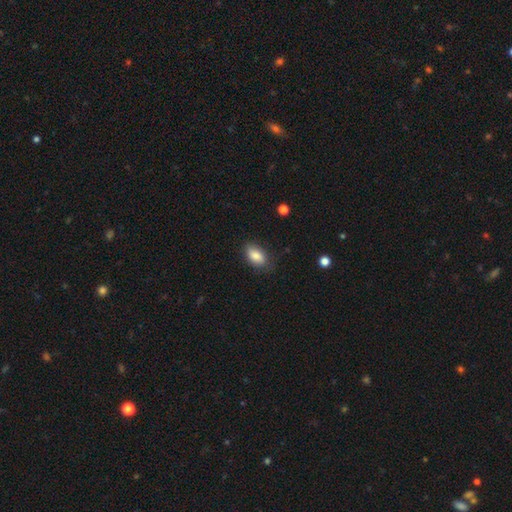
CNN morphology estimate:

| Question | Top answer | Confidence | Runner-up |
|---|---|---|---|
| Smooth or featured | smooth | 84% | featured or disk (8%) |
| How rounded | in between | 91% | round (7%) |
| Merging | none | 78% | minor disturbance (17%) |